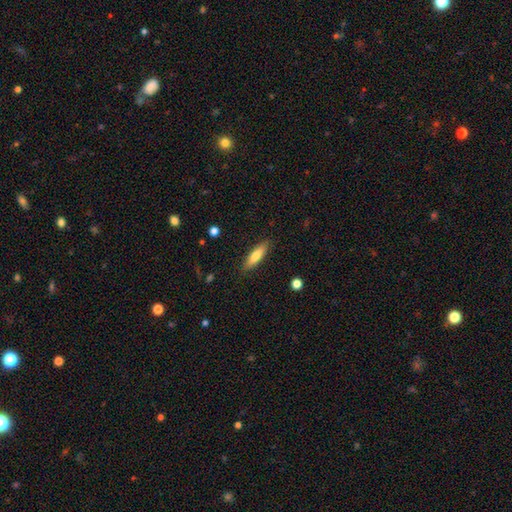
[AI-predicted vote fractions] smooth_or_featured: smooth (p=0.73) [alt: featured or disk p=0.21]
how_rounded: cigar-shaped (p=0.63) [alt: in between p=0.35]
merging: none (p=0.88) [alt: minor disturbance p=0.09]